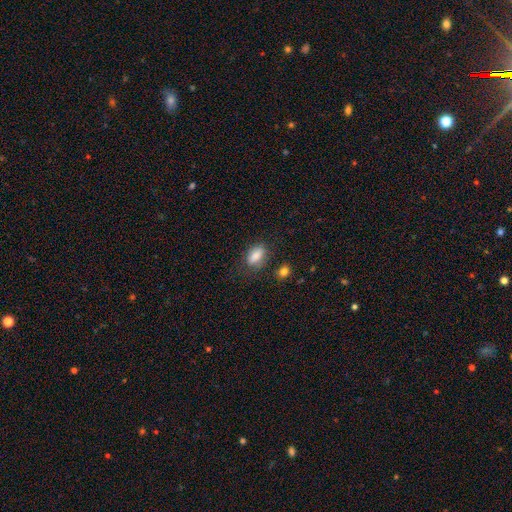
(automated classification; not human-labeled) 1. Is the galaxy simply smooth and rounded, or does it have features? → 84% smooth, 8% star or artifact, 8% featured or disk.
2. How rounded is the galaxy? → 87% in between, 8% round, 5% cigar-shaped.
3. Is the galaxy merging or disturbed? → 71% none, 19% minor disturbance, 6% major disturbance, 4% merger.